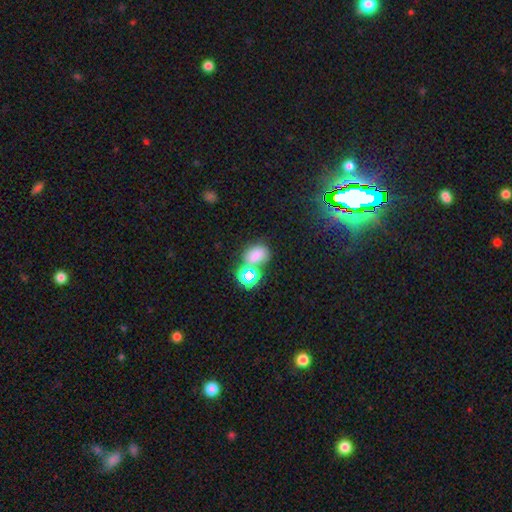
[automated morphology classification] smooth_or_featured: smooth (p=0.63) [alt: star or artifact p=0.27]
how_rounded: in between (p=0.66) [alt: round p=0.33]
merging: none (p=0.53) [alt: merger p=0.26]